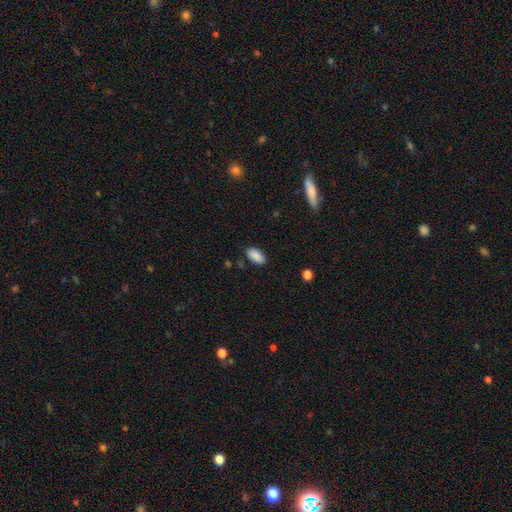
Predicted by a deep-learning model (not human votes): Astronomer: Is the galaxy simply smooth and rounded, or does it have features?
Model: smooth — 89%.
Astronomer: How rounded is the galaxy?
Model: in between — 93%.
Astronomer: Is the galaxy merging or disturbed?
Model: none — 84%.